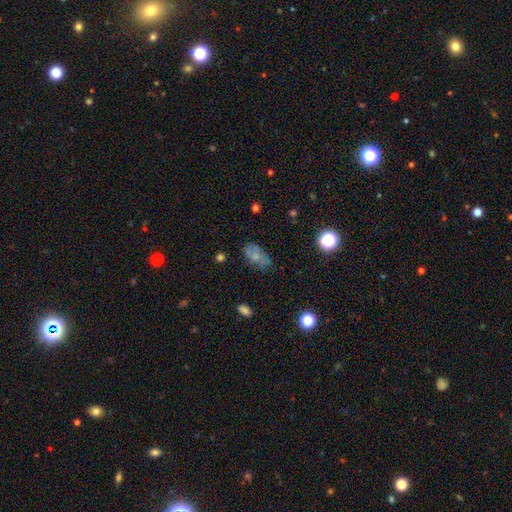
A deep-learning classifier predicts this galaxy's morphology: Smooth or featured: smooth — 64% (featured or disk — 24%)
How rounded: in between — 90% (round — 6%)
Merging: none — 59% (minor disturbance — 26%)